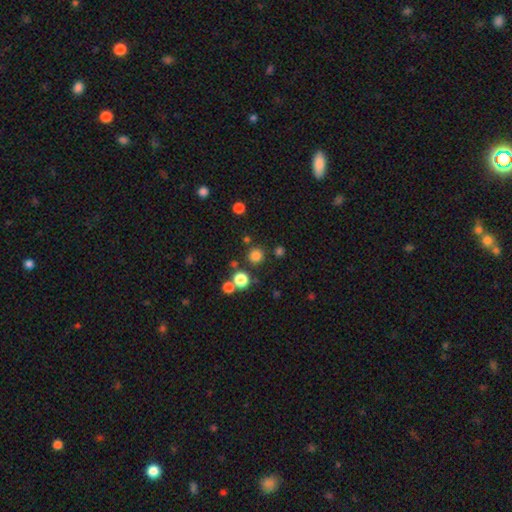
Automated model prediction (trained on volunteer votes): A smooth galaxy with no disk features (79%) that is round (94%). Merging: none (84%).